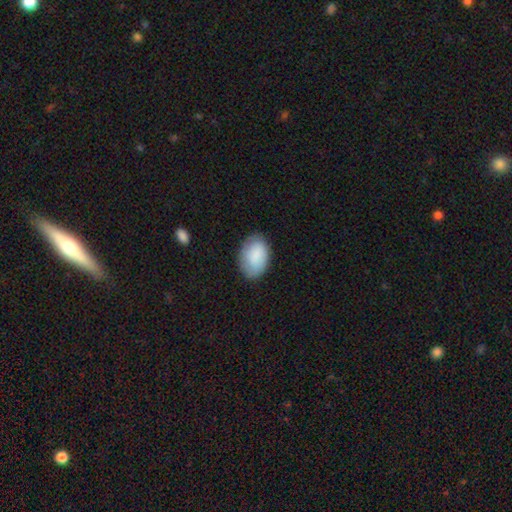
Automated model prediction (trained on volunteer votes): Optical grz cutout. It shows a smooth galaxy with no disk features (85%) that is in between round and cigar-shaped (89%). Merging: none (79%).